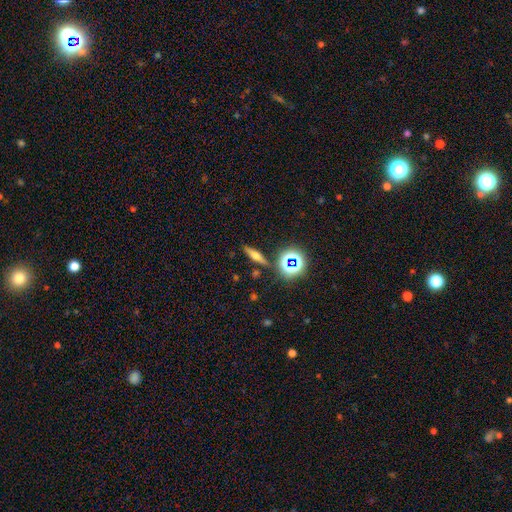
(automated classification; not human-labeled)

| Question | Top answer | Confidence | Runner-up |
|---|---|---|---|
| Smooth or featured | smooth | 44% | featured or disk (37%) |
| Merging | none | 84% | minor disturbance (9%) |